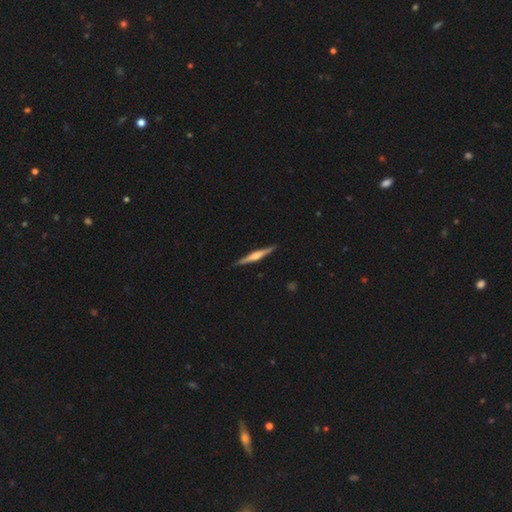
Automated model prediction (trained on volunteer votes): A featured or disk galaxy (71%) viewed edge-on (98%) with a rounded central bulge (81%). Merging: none (91%).